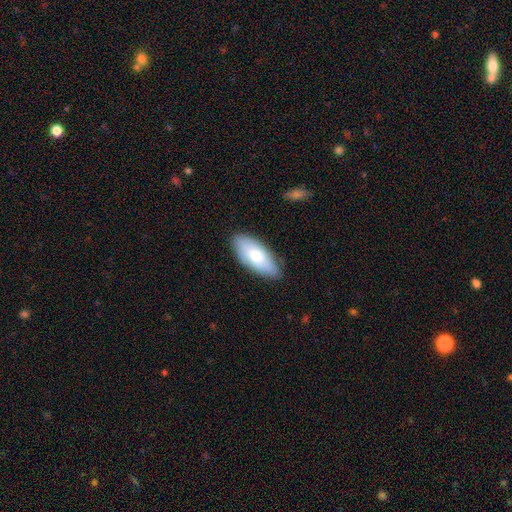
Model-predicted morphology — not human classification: Smooth or featured: smooth — 73% (featured or disk — 22%)
How rounded: in between — 86% (cigar-shaped — 12%)
Merging: none — 83% (minor disturbance — 13%)